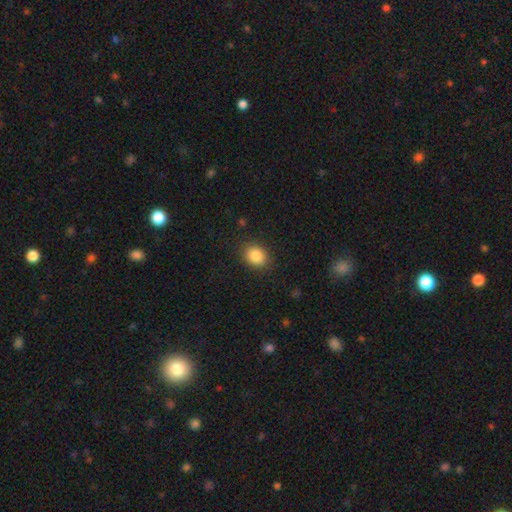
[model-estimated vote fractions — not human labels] Smooth or featured? Predicted: smooth (p=0.86). How rounded? Predicted: round (p=0.51). Merging? Predicted: none (p=0.87).